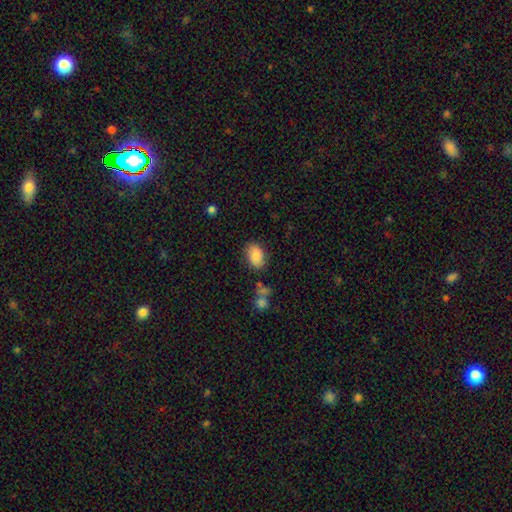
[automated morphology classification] Overall: smooth (84%). How rounded: in between (87%). Merging: none (77%).